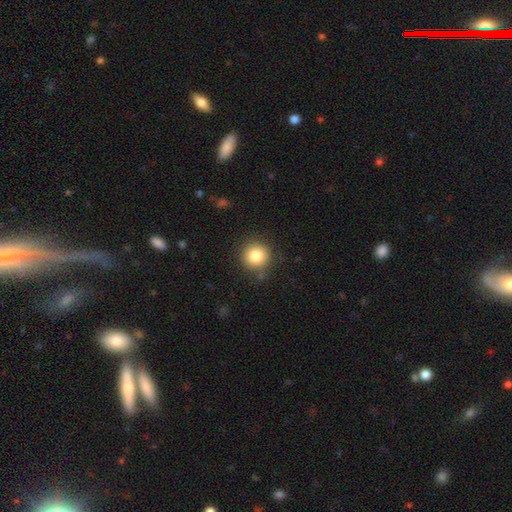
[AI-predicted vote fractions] A smooth galaxy with no disk features (84%) that is round (93%).

Vote fractions:
- Smooth or featured? smooth: 84% / star or artifact: 10% / featured or disk: 6%
- How rounded? round: 93% / in between: 6% / cigar-shaped: 1%
- Merging? none: 83% / minor disturbance: 12% / major disturbance: 3% / merger: 2%